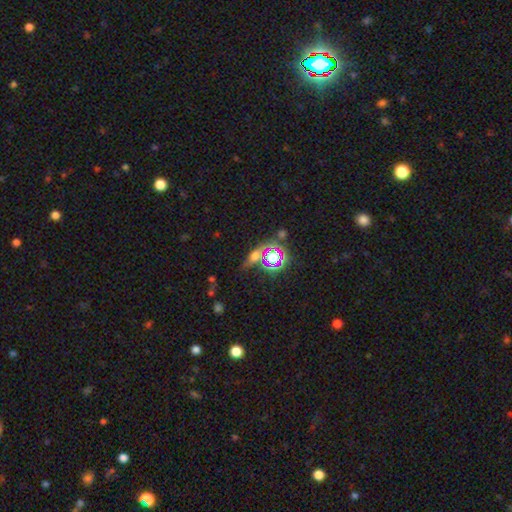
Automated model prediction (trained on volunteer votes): A star or artifact, not a galaxy (49%).